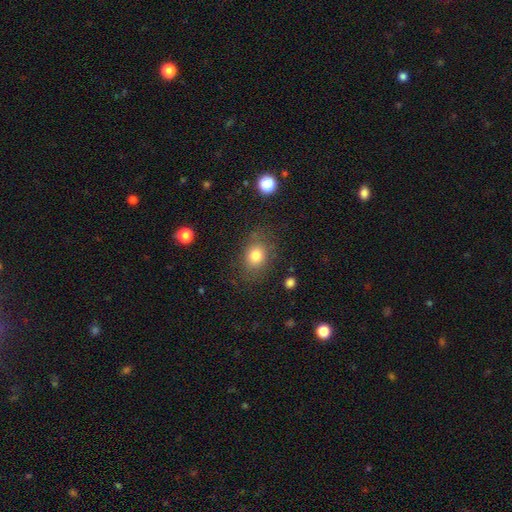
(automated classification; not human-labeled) A smooth galaxy with no disk features (79%) that is in between round and cigar-shaped (51%).

Vote fractions:
- Smooth or featured? smooth: 79% / star or artifact: 12% / featured or disk: 9%
- How rounded? in between: 51% / round: 48% / cigar-shaped: 1%
- Merging? none: 78% / minor disturbance: 14% / major disturbance: 6% / merger: 2%